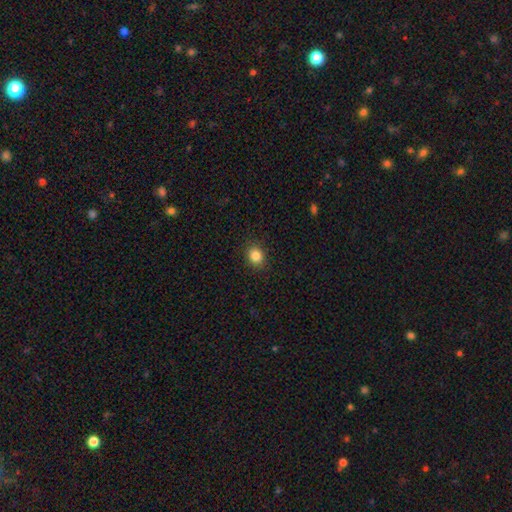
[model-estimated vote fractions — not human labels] This is clearly a smooth galaxy (85%). How rounded: likely round (66%). Merging: clearly none (90%).